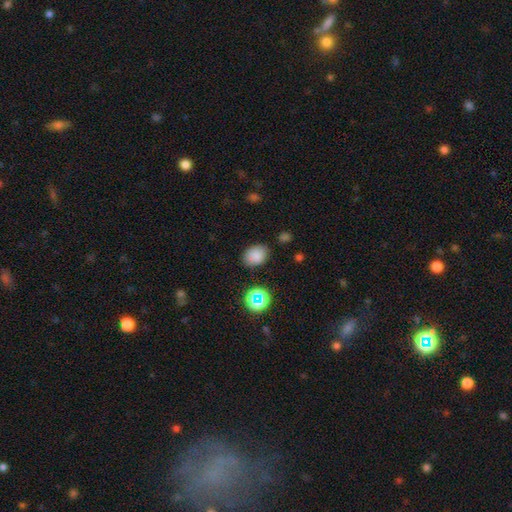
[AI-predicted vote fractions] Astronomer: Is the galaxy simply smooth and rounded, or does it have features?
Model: smooth — 81%.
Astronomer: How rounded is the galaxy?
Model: in between — 74%.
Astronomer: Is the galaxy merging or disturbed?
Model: none — 82%.